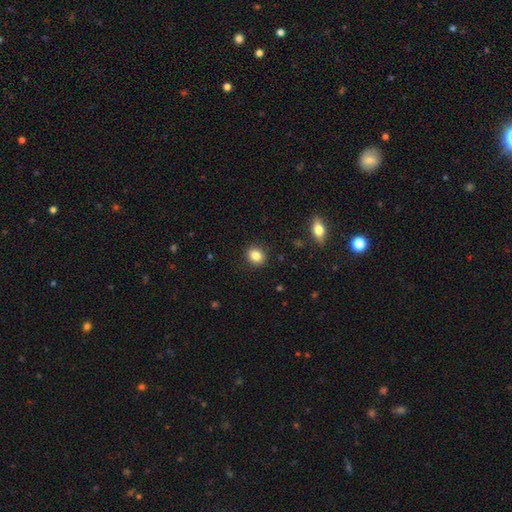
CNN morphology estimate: smooth_or_featured: smooth (p=0.84) [alt: star or artifact p=0.10]
how_rounded: round (p=0.64) [alt: in between p=0.35]
merging: none (p=0.90) [alt: minor disturbance p=0.07]